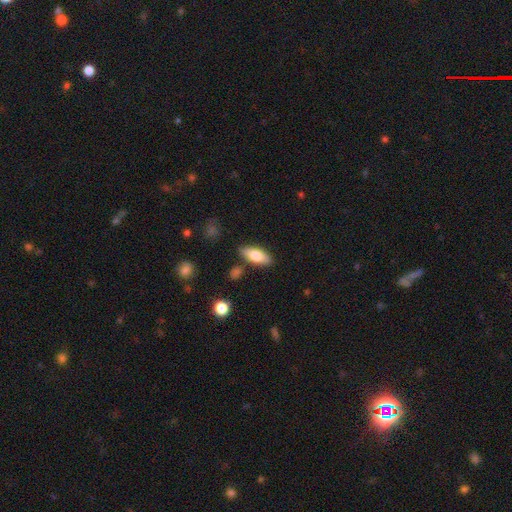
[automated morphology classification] smooth-or-featured: smooth: 74% | featured or disk: 19% | star or artifact: 7%
  how-rounded: in between: 77% | cigar-shaped: 20% | round: 3%
  merging: none: 82% | minor disturbance: 11% | merger: 4% | major disturbance: 3%